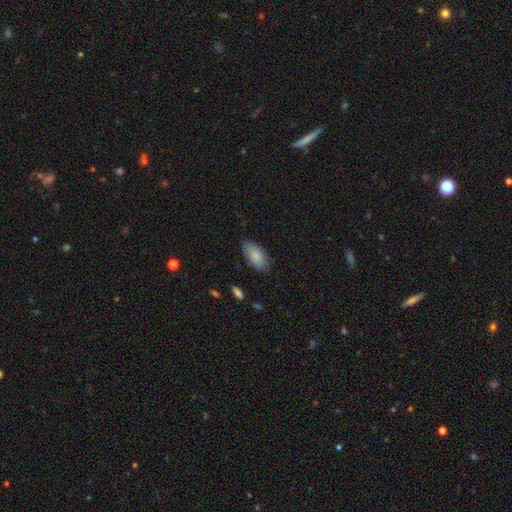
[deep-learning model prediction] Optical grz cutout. It shows a smooth galaxy with no disk features (86%) that is in between round and cigar-shaped (93%). Merging: none (80%).